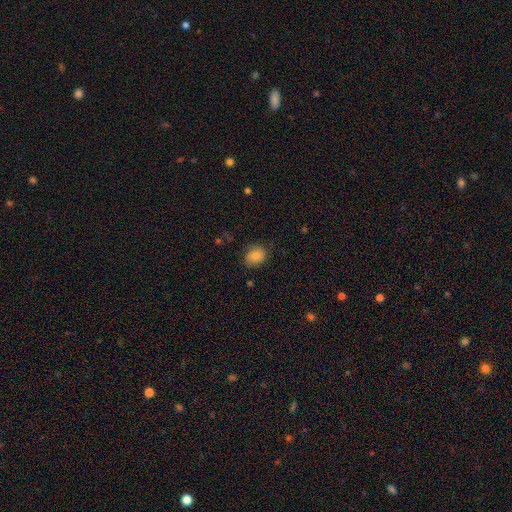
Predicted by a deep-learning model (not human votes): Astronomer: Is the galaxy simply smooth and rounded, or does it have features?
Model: smooth — 77%.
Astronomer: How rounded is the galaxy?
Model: round — 54% (runner-up: in between, 45%).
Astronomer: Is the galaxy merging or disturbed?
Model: none — 73%.